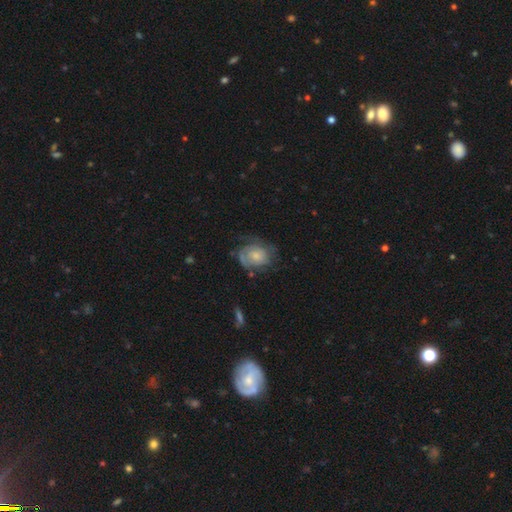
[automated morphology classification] The model was most divided on "bulge size": small: 50%, moderate: 33%, none: 8%, large: 7%, dominant: 2%. More confident: edge-on disk — no (97%); bar — no (80%); spiral arms — yes (77%); smooth or featured — featured or disk (57%); merging — none (53%).